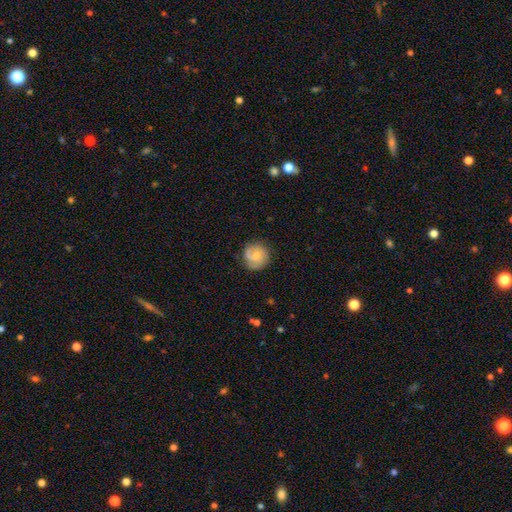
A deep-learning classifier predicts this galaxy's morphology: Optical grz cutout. It shows a smooth galaxy with no disk features (52%) that is round (91%). Merging: none (77%).